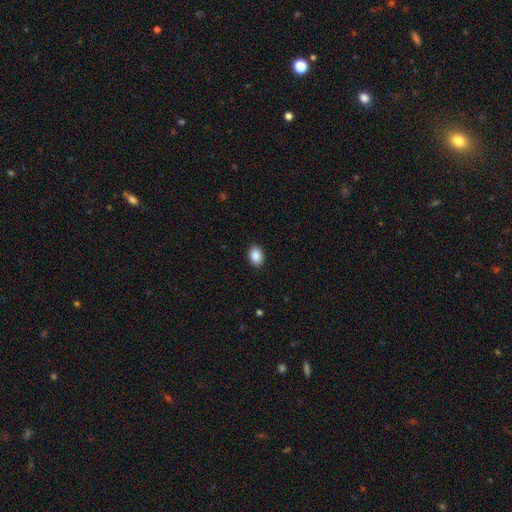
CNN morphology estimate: Smooth or featured? Predicted: smooth (p=0.89). How rounded? Predicted: in between (p=0.76). Merging? Predicted: none (p=0.90).